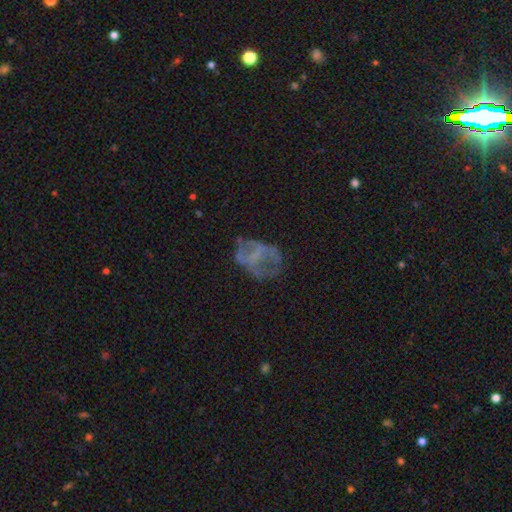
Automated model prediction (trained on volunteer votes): This appears to be a featured or disk galaxy (56%) with no bar (61%), no spiral arms (75%) and no central bulge (73%). Merging: none (49%).